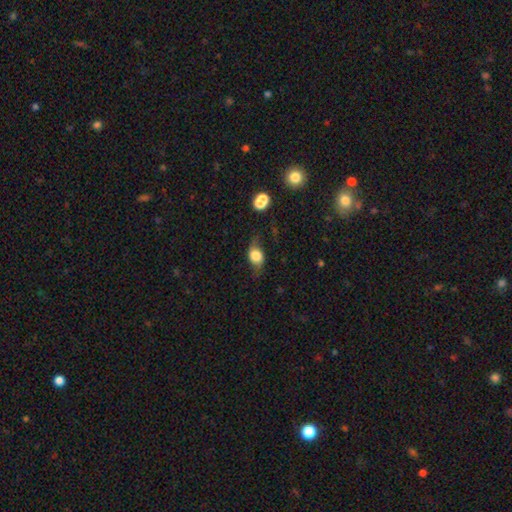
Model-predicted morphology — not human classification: A smooth galaxy with no disk features (63%) that is in between round and cigar-shaped (62%). Merging: none (58%).